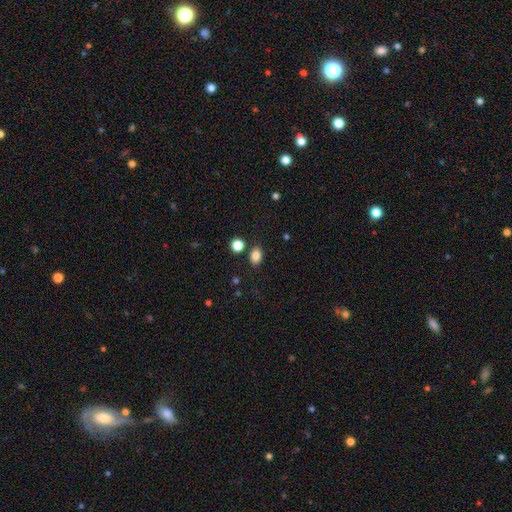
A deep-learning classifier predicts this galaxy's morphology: Q: Smooth or featured?
A: smooth (84%); runner-up: star or artifact (11%)
Q: How rounded?
A: in between (72%); runner-up: round (27%)
Q: Merging?
A: none (81%); runner-up: minor disturbance (10%)